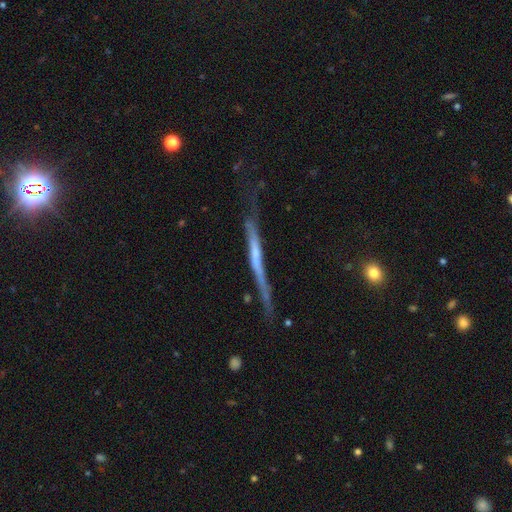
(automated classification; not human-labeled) Overall: featured or disk (66%; smooth 27%). Edge-on disk: yes (90%). Edge-on bulge: none (65%). Merging: none (53%; minor disturbance 28%).